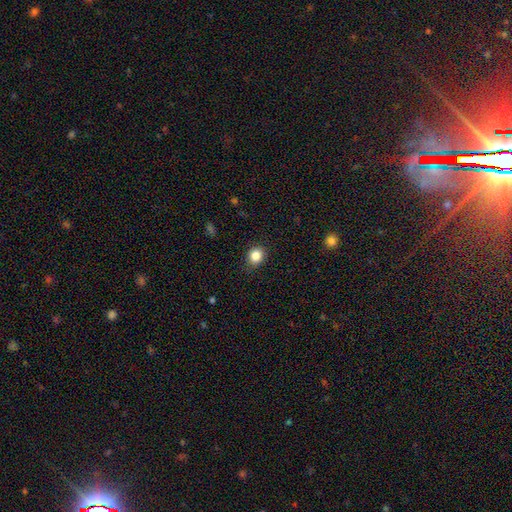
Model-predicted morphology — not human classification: Overall: smooth (84%). How rounded: round (70%). Merging: none (86%).